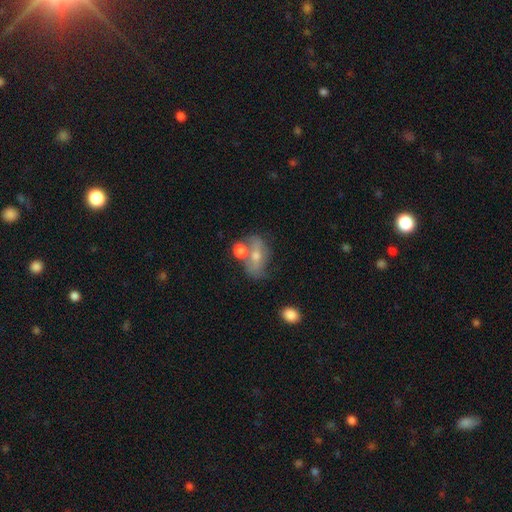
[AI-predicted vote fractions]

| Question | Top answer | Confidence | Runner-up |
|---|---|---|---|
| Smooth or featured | featured or disk | 45% | smooth (43%) |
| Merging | none | 47% | merger (27%) |